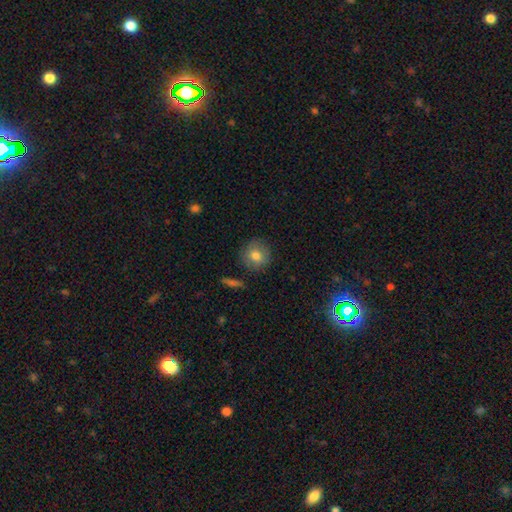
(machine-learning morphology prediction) Q: Smooth or featured?
A: smooth (78%); runner-up: featured or disk (13%)
Q: How rounded?
A: round (92%); runner-up: in between (7%)
Q: Merging?
A: none (86%); runner-up: minor disturbance (10%)